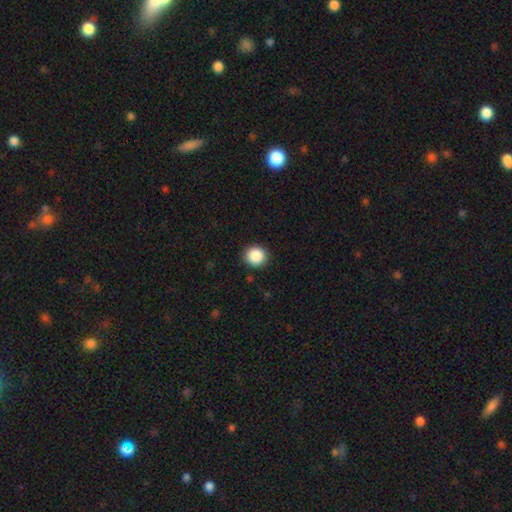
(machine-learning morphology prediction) type=smooth (88%); roundness=round (93%); merging=none (91%).